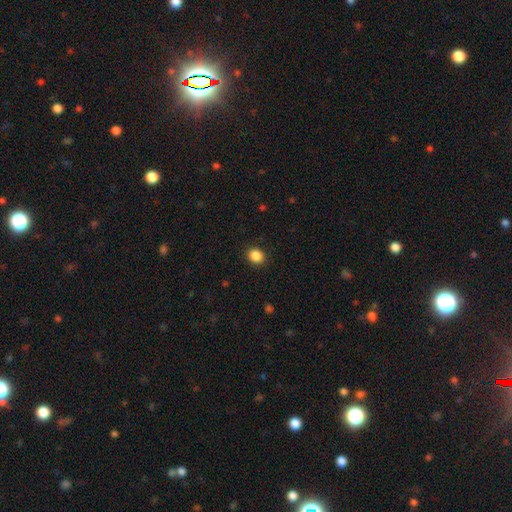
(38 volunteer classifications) Morphology: type=smooth (87%); roundness=round (70%); merging=none (89%).